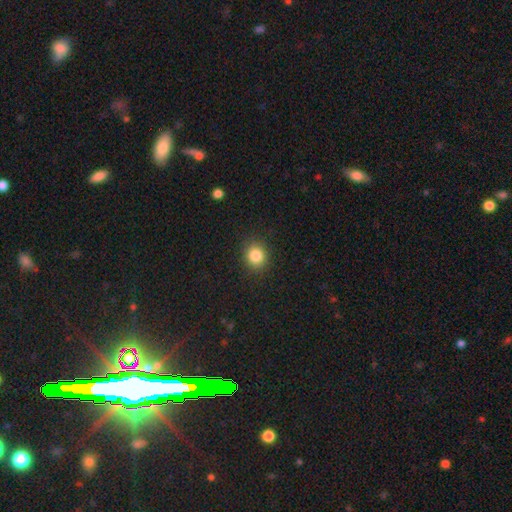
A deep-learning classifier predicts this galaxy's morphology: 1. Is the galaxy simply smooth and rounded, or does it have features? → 84% smooth, 11% star or artifact, 5% featured or disk.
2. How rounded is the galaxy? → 81% round, 18% in between, 1% cigar-shaped.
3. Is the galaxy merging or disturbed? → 89% none, 7% minor disturbance, 2% major disturbance, 1% merger.